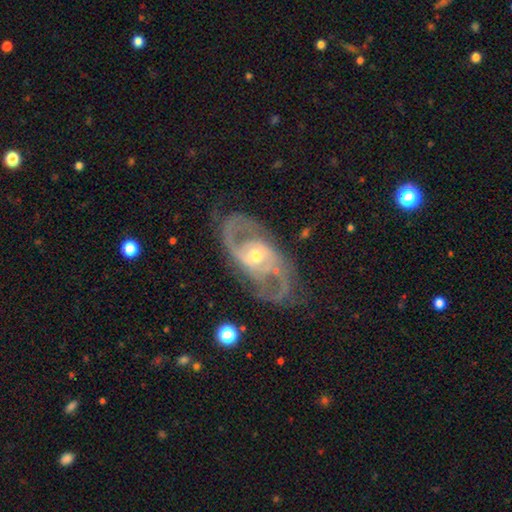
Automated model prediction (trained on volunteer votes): Smooth or featured? Predicted: featured or disk (p=0.89). Edge-on disk? Predicted: no (p=0.95). Bar? Predicted: no (p=0.56). Spiral arms? Predicted: yes (p=0.92). Spiral winding? Predicted: medium (p=0.50). Spiral arm count? Predicted: 2 (p=0.83). Bulge size? Predicted: moderate (p=0.57). Merging? Predicted: none (p=0.68).